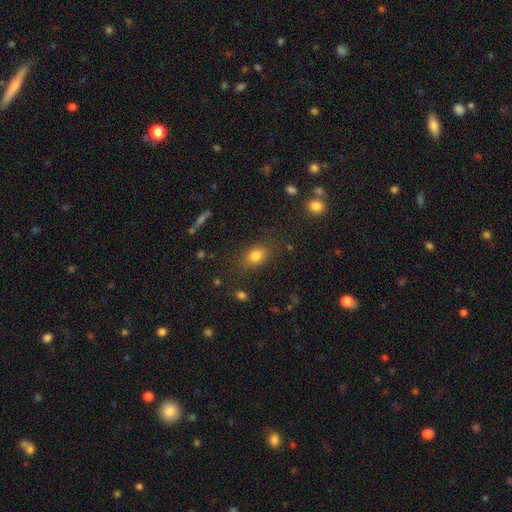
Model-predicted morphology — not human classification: This appears to be a smooth galaxy with no disk features (79%) that is in between round and cigar-shaped (72%). Merging: none (81%).